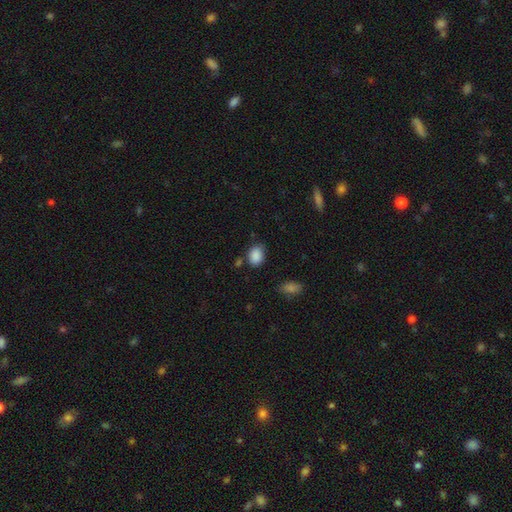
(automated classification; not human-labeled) smooth-or-featured: smooth: 88% | star or artifact: 8% | featured or disk: 4%
  how-rounded: in between: 69% | round: 30% | cigar-shaped: 1%
  merging: none: 71% | minor disturbance: 19% | merger: 5% | major disturbance: 4%